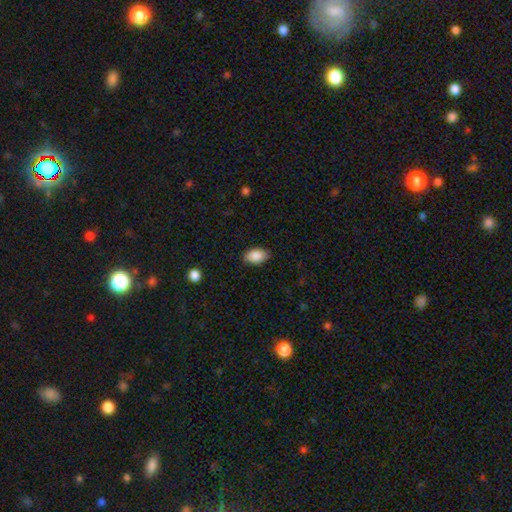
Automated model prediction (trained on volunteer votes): smooth_or_featured: smooth (p=0.89) [alt: star or artifact p=0.07]
how_rounded: in between (p=0.91) [alt: round p=0.07]
merging: none (p=0.87) [alt: minor disturbance p=0.10]